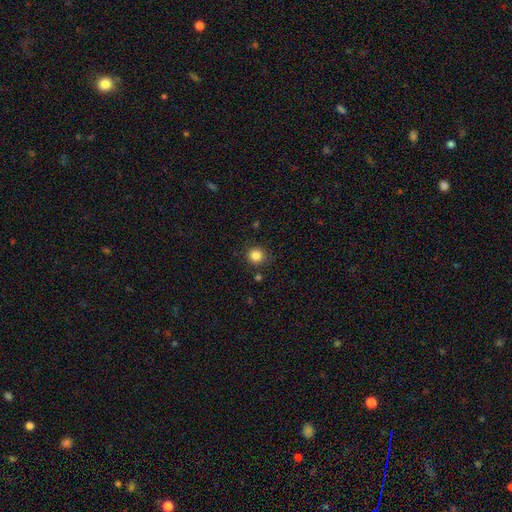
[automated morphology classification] This is clearly a smooth galaxy (84%). How rounded: clearly round (92%). Merging: clearly none (87%).